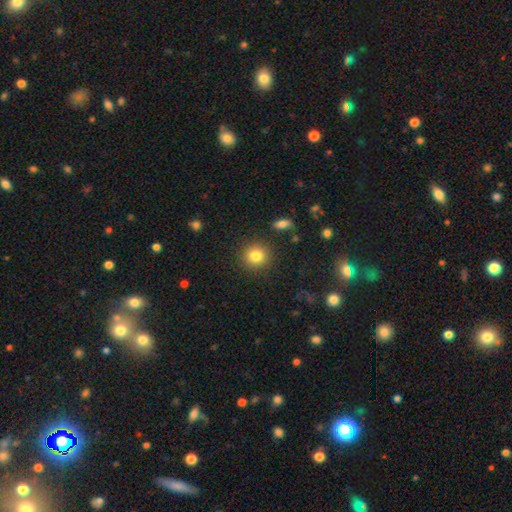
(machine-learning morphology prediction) Q: Smooth or featured?
A: smooth (83%); runner-up: star or artifact (10%)
Q: How rounded?
A: round (91%); runner-up: in between (8%)
Q: Merging?
A: none (89%); runner-up: minor disturbance (6%)